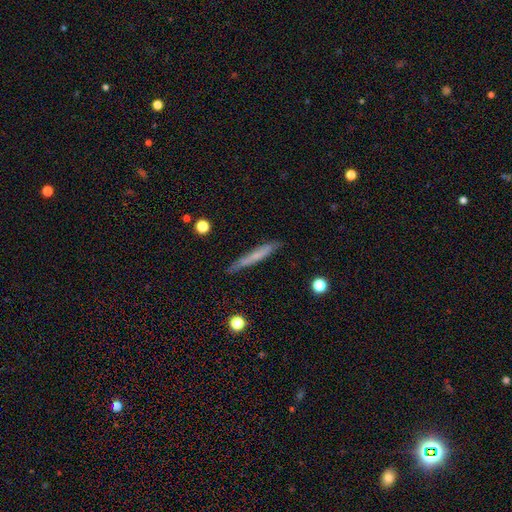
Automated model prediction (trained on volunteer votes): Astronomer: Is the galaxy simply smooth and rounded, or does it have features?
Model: smooth — 56% (runner-up: featured or disk, 37%).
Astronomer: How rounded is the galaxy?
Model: cigar-shaped — 95%.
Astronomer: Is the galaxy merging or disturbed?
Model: none — 83%.